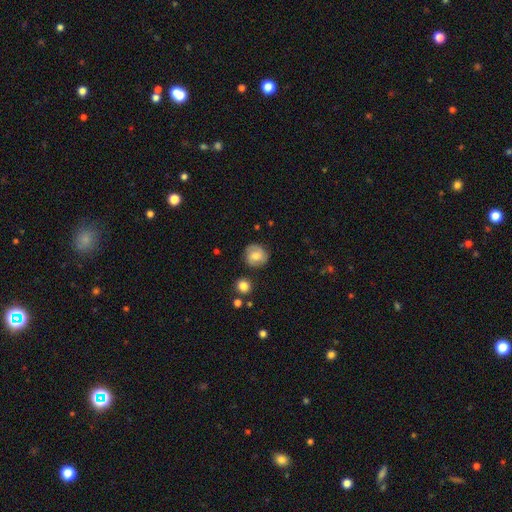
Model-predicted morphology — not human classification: The model was most divided on "smooth or featured": smooth: 59%, featured or disk: 32%, star or artifact: 9%. More confident: how rounded — round (86%); merging — none (79%).